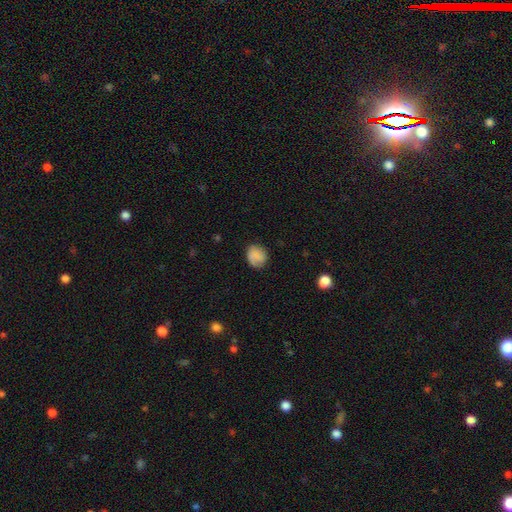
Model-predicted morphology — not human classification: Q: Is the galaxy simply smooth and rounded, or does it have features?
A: smooth — 82%.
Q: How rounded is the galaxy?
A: round — 67%.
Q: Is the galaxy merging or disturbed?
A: none — 76%.